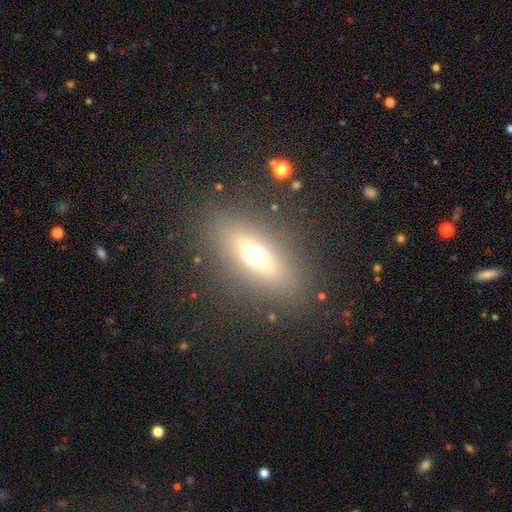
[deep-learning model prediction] smooth-or-featured: smooth: 51% | featured or disk: 32% | star or artifact: 17%
  how-rounded: in between: 63% | cigar-shaped: 29% | round: 7%
  merging: none: 84% | minor disturbance: 9% | major disturbance: 6% | merger: 2%